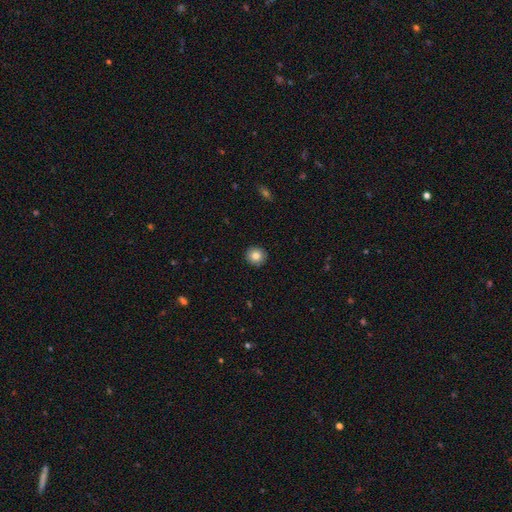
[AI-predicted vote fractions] Smooth or featured?
  - smooth: 83% *
  - star or artifact: 9%
  - featured or disk: 8%
How rounded?
  - round: 93% *
  - in between: 6%
  - cigar-shaped: 1%
Merging?
  - none: 92% *
  - minor disturbance: 5%
  - major disturbance: 2%
  - merger: 1%